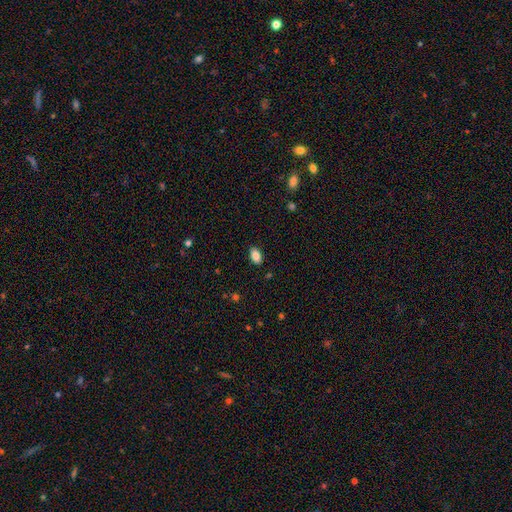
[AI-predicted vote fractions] smooth-or-featured: smooth: 85% | star or artifact: 8% | featured or disk: 6%
  how-rounded: in between: 91% | round: 7% | cigar-shaped: 2%
  merging: none: 87% | minor disturbance: 10% | major disturbance: 2% | merger: 1%